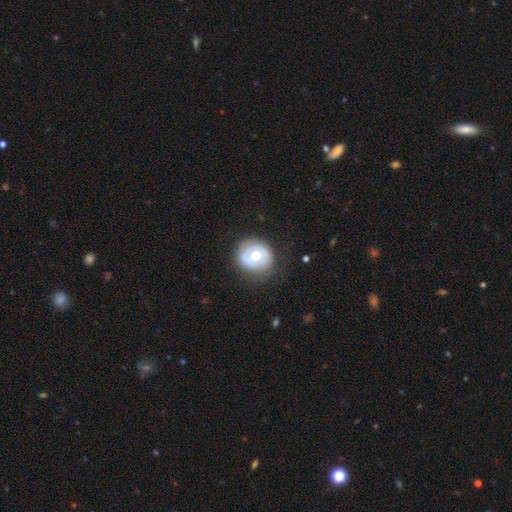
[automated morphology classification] featured or disk 47%, smooth 46%, star or artifact 7%. Down the decision tree: merging — none (73%).